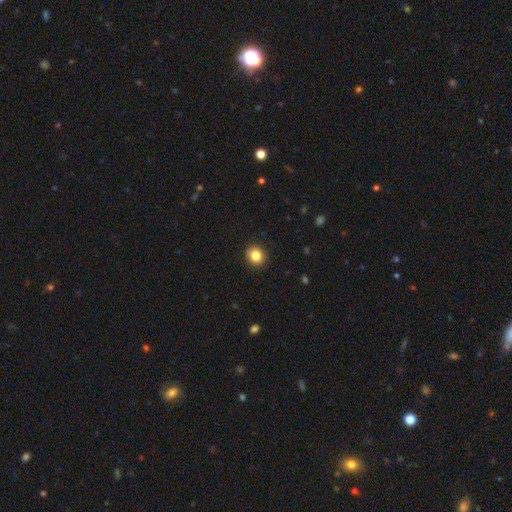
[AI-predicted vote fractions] smooth-or-featured: smooth: 84% | star or artifact: 10% | featured or disk: 6%
  how-rounded: round: 82% | in between: 17% | cigar-shaped: 1%
  merging: none: 91% | minor disturbance: 6% | major disturbance: 2% | merger: 1%